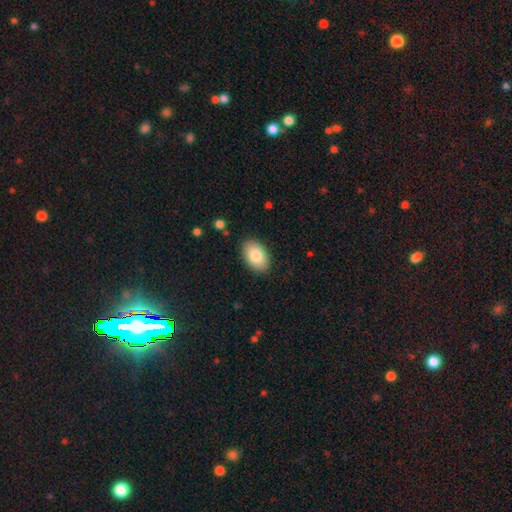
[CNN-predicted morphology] smooth_or_featured: smooth (p=0.83) [alt: featured or disk p=0.11]
how_rounded: in between (p=0.92) [alt: round p=0.07]
merging: none (p=0.88) [alt: minor disturbance p=0.09]